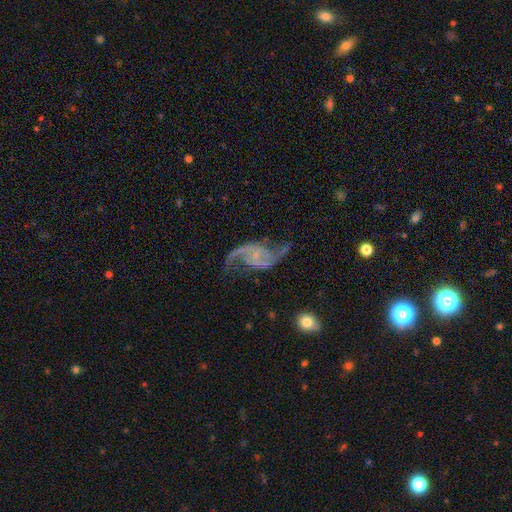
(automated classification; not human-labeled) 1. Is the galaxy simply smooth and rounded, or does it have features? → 91% featured or disk, 5% star or artifact, 4% smooth.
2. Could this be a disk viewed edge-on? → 98% no, 2% yes.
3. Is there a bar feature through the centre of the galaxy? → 58% no, 32% weak, 10% strong.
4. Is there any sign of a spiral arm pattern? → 97% yes, 3% no.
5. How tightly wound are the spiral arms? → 74% loose, 21% medium, 5% tight.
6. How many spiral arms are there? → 94% 2, 2% can't tell, 1% 1, 1% 3, 1% 4, 1% more than 4.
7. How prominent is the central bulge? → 69% small, 18% none, 10% moderate, 1% large, 1% dominant.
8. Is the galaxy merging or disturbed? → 63% none, 18% minor disturbance, 15% major disturbance, 3% merger.